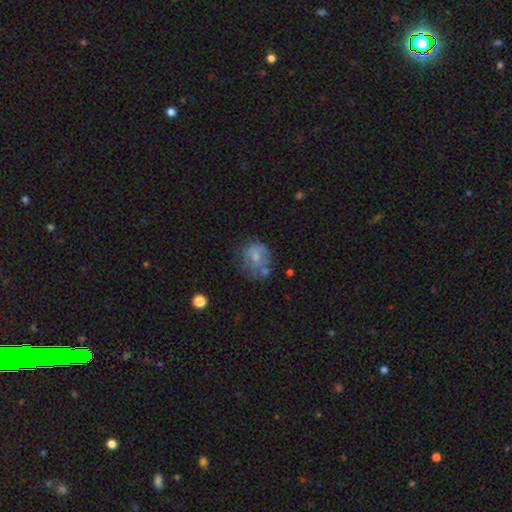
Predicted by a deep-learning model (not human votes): Overall: smooth (52%; featured or disk 38%). How rounded: round (69%; in between 30%). Merging: none (46%; minor disturbance 26%).